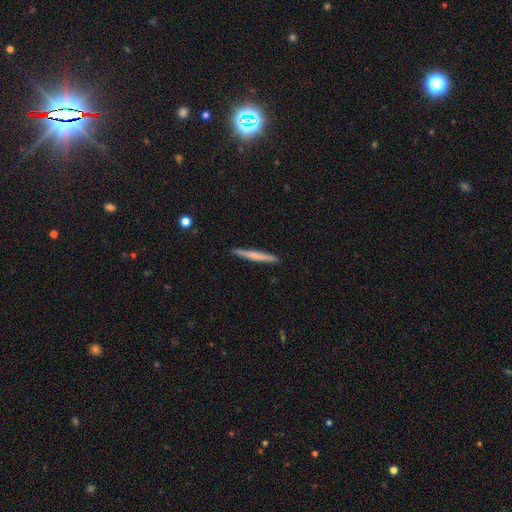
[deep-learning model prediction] Smooth or featured?
  - smooth: 55% *
  - featured or disk: 39%
  - star or artifact: 6%
How rounded?
  - cigar-shaped: 96% *
  - in between: 2%
  - round: 1%
Merging?
  - none: 91% *
  - minor disturbance: 6%
  - major disturbance: 1%
  - merger: 1%